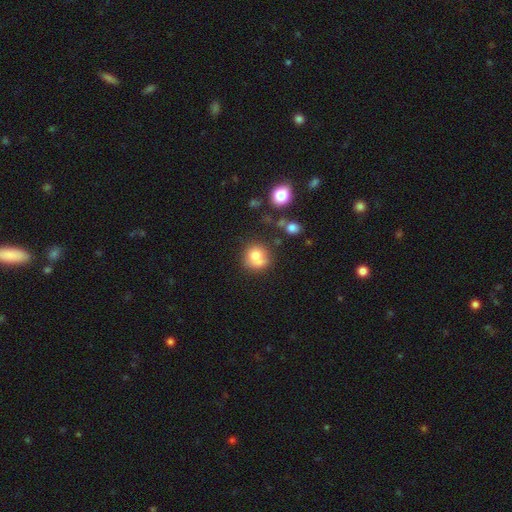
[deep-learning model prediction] A smooth galaxy with no disk features (74%) that is round (83%). Merging: none (47%).